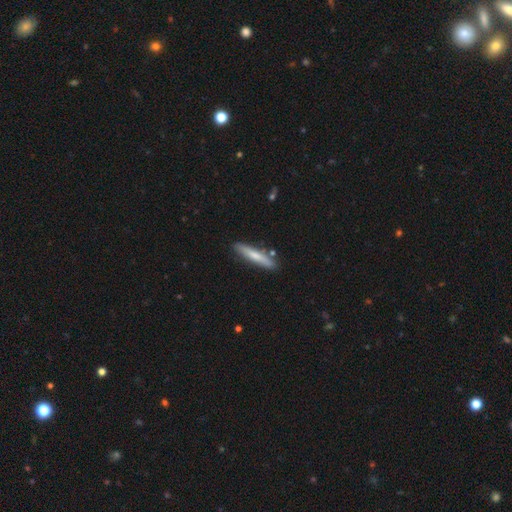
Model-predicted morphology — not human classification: Overall: smooth (66%; featured or disk 29%). How rounded: cigar-shaped (91%). Merging: none (84%).